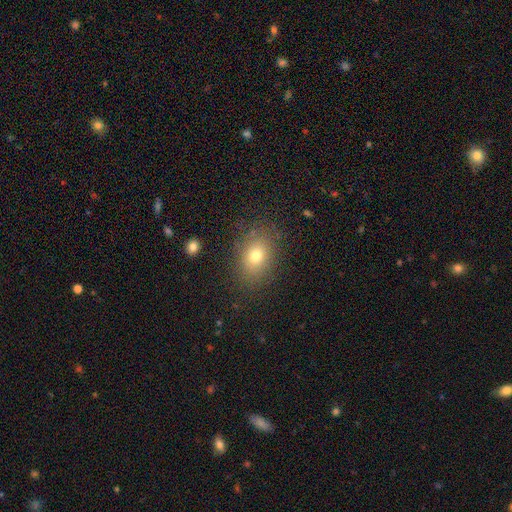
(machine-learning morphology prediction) smooth-or-featured: smooth: 75% | featured or disk: 12% | star or artifact: 12%
  how-rounded: in between: 71% | round: 28% | cigar-shaped: 1%
  merging: none: 83% | minor disturbance: 11% | major disturbance: 4% | merger: 2%